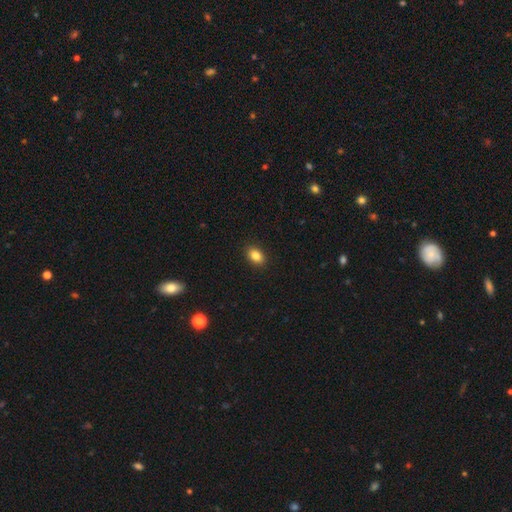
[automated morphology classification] Smooth or featured: smooth — 85% (star or artifact — 9%)
How rounded: in between — 82% (round — 16%)
Merging: none — 90% (minor disturbance — 7%)